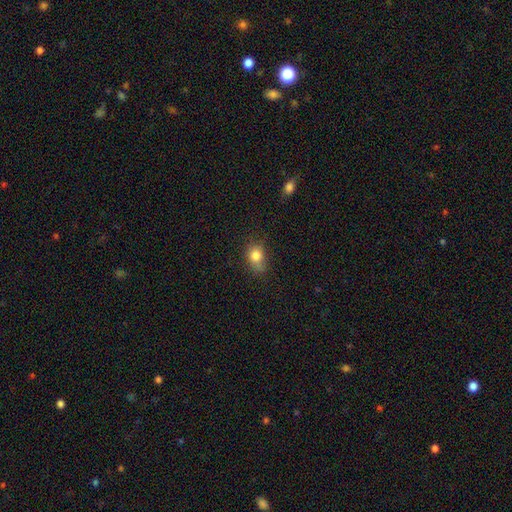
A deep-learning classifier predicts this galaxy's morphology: Smooth or featured: smooth — 81% (star or artifact — 11%)
How rounded: in between — 55% (round — 43%)
Merging: none — 58% (minor disturbance — 30%)